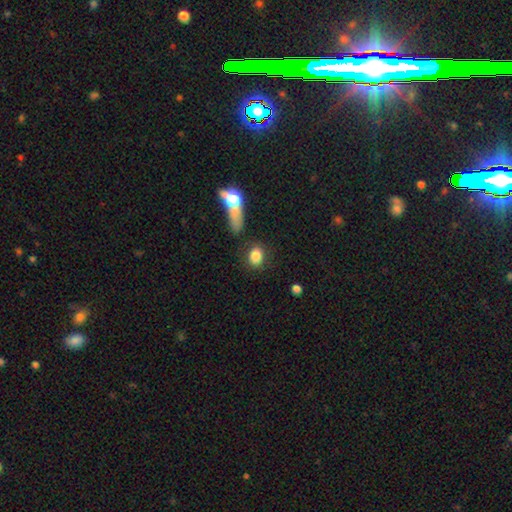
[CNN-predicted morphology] A smooth galaxy with no disk features (83%) that is in between round and cigar-shaped (52%).

Vote fractions:
- Smooth or featured? smooth: 83% / featured or disk: 9% / star or artifact: 8%
- How rounded? in between: 52% / round: 44% / cigar-shaped: 4%
- Merging? none: 74% / minor disturbance: 13% / merger: 7% / major disturbance: 6%